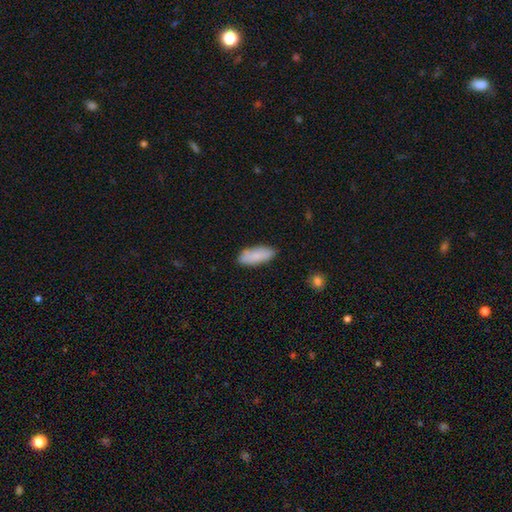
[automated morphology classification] A smooth galaxy with no disk features (86%) that is in between round and cigar-shaped (78%).

Vote fractions:
- Smooth or featured? smooth: 86% / featured or disk: 8% / star or artifact: 6%
- How rounded? in between: 78% / cigar-shaped: 21% / round: 2%
- Merging? none: 82% / minor disturbance: 14% / major disturbance: 2% / merger: 2%